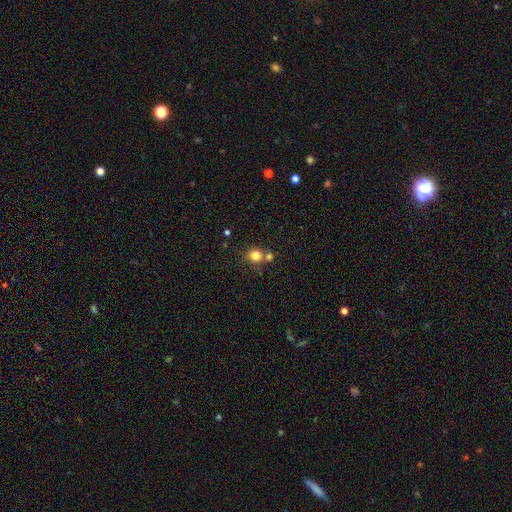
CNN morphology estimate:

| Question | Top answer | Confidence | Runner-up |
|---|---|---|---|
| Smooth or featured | smooth | 80% | star or artifact (12%) |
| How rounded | round | 85% | in between (14%) |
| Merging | none | 59% | merger (29%) |